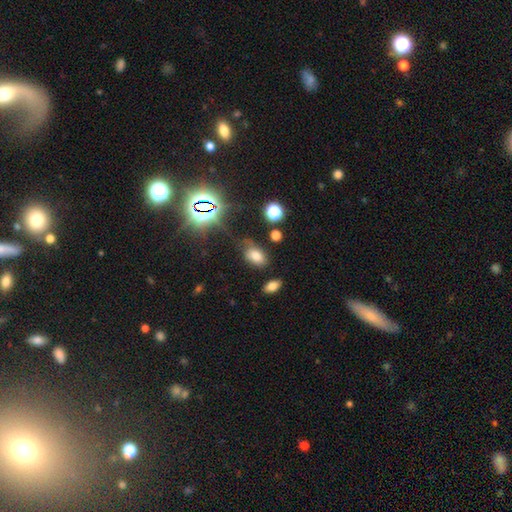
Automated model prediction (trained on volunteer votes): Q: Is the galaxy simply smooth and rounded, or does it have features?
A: smooth — 67%.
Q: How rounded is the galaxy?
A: in between — 87%.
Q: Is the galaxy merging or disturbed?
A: none — 60%.